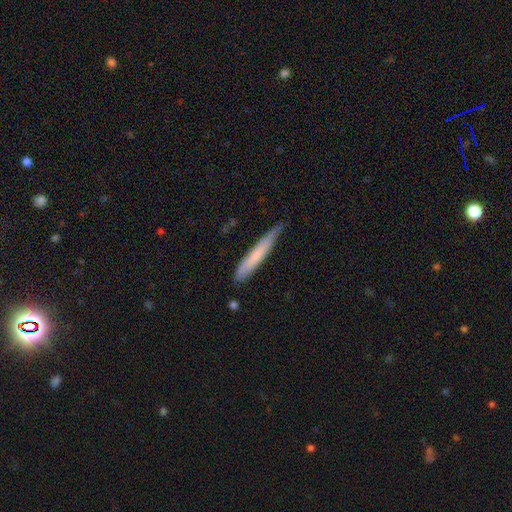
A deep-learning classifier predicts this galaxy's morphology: This is likely a smooth galaxy (69%). How rounded: clearly cigar-shaped (94%). Merging: likely none (63%).